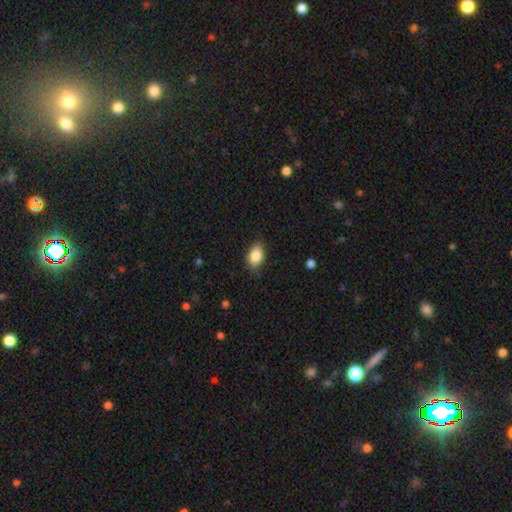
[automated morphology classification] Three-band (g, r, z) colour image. It shows a smooth galaxy with no disk features (86%) that is in between round and cigar-shaped (88%). Merging: none (81%).